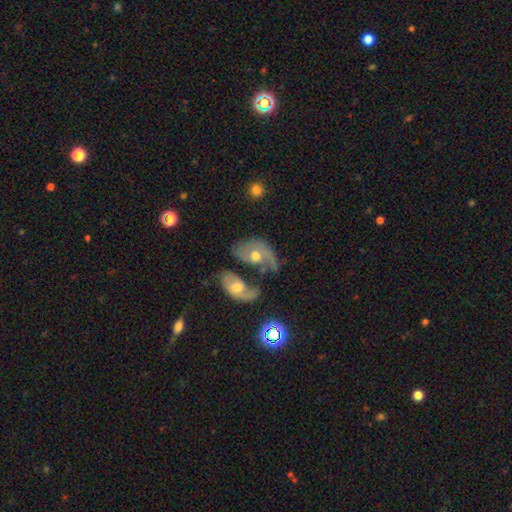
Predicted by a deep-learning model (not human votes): Q: Smooth or featured?
A: featured or disk (56%); runner-up: smooth (34%)
Q: Edge-on disk?
A: no (94%); runner-up: yes (6%)
Q: Bar?
A: no (77%); runner-up: weak (19%)
Q: Spiral arms?
A: yes (66%); runner-up: no (34%)
Q: Bulge size?
A: moderate (71%); runner-up: small (19%)
Q: Merging?
A: merger (45%); runner-up: major disturbance (22%)